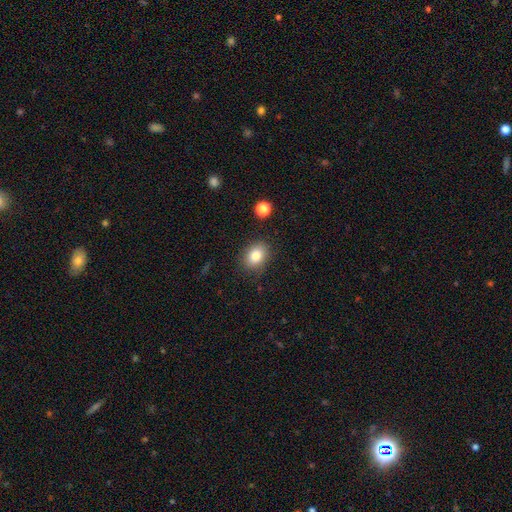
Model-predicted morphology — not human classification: Smooth or featured: smooth — 83% (star or artifact — 9%)
How rounded: in between — 64% (round — 35%)
Merging: none — 84% (minor disturbance — 11%)